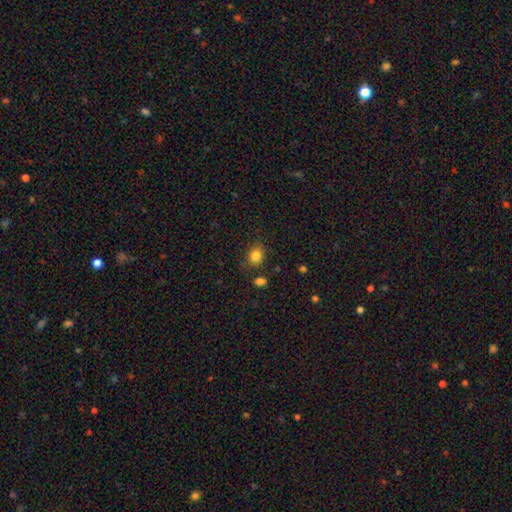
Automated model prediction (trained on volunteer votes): The model was most divided on "how rounded": round: 52%, in between: 47%, cigar-shaped: 1%. More confident: smooth or featured — smooth (84%); merging — none (77%).